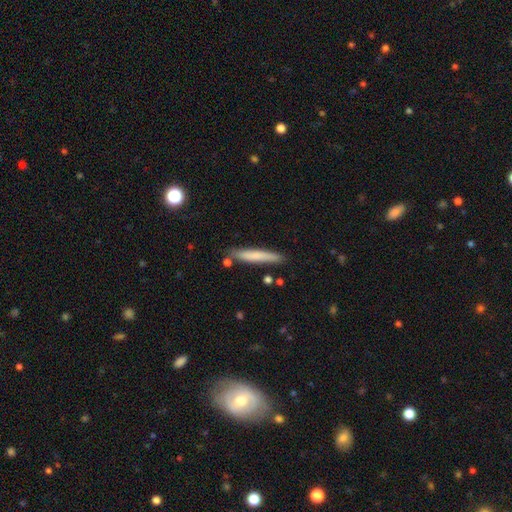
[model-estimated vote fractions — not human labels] Morphology: type=smooth (71%); roundness=cigar-shaped (95%); merging=none (83%).